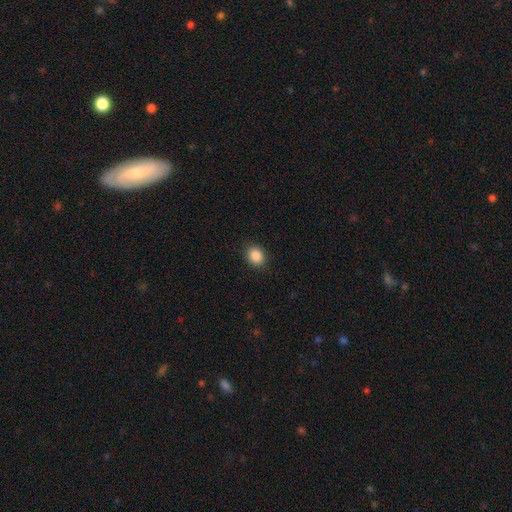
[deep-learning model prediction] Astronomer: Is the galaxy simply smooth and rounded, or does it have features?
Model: smooth — 87%.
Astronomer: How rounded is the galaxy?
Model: round — 55% (runner-up: in between, 44%).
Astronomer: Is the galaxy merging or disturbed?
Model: none — 90%.